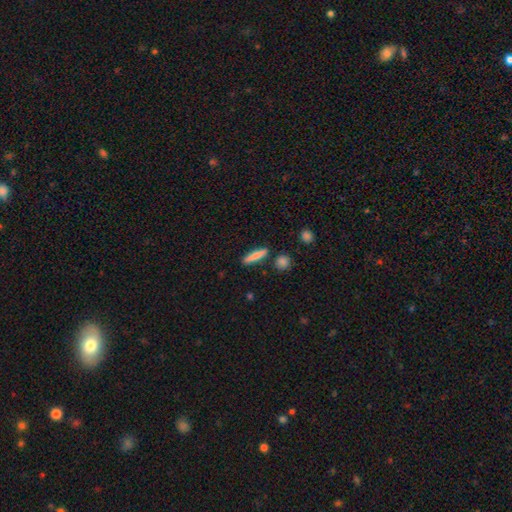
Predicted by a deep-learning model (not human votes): Smooth or featured: smooth — 76% (featured or disk — 17%)
How rounded: cigar-shaped — 86% (in between — 11%)
Merging: none — 87% (minor disturbance — 8%)